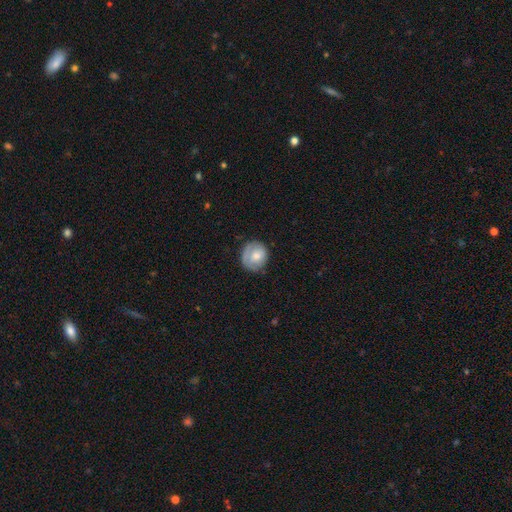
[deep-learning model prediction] Smooth or featured: smooth — 68% (featured or disk — 26%)
How rounded: round — 83% (in between — 16%)
Merging: none — 73% (minor disturbance — 20%)